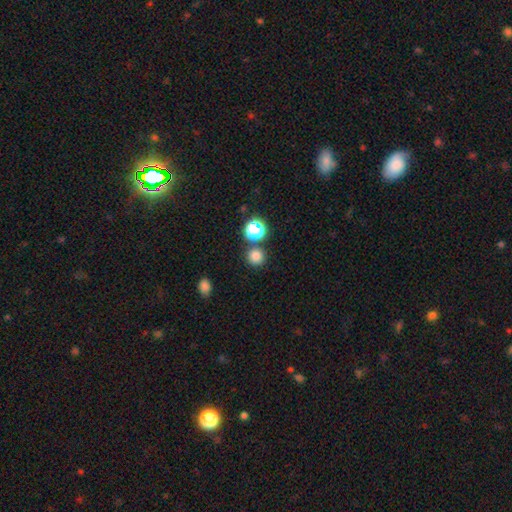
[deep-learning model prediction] Q: Smooth or featured?
A: smooth (78%); runner-up: star or artifact (17%)
Q: How rounded?
A: round (93%); runner-up: in between (6%)
Q: Merging?
A: none (81%); runner-up: merger (10%)